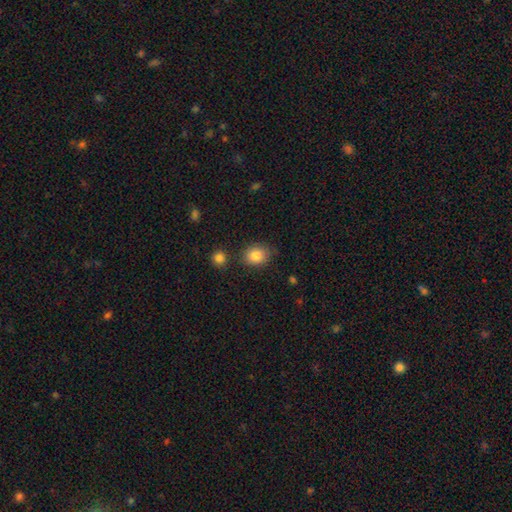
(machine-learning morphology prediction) This appears to be a smooth galaxy with no disk features (84%) that is round (51%). Merging: none (78%).